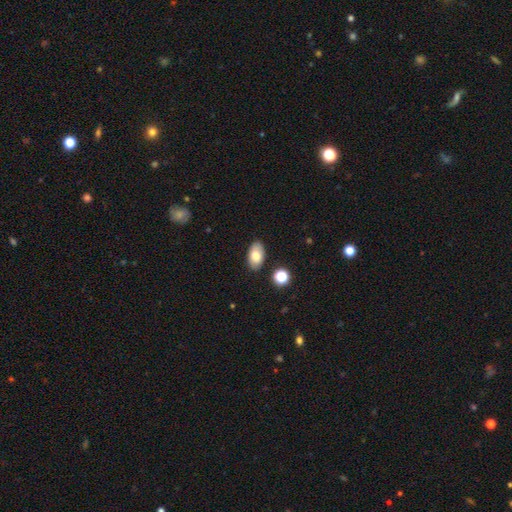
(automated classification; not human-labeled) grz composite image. It shows a smooth galaxy with no disk features (78%) that is in between round and cigar-shaped (93%). Merging: none (86%).